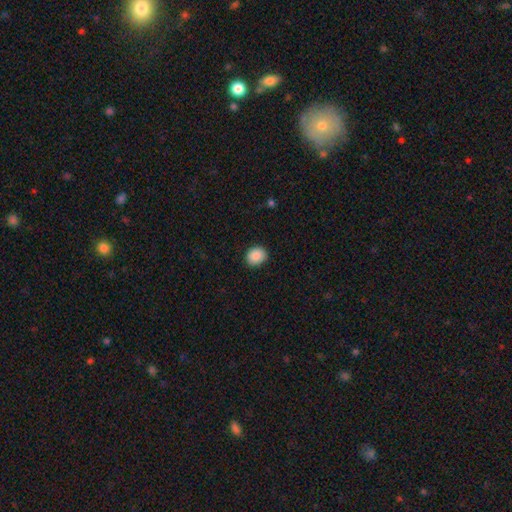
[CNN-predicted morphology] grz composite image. It shows a smooth galaxy with no disk features (89%) that is round (61%). Merging: none (89%).